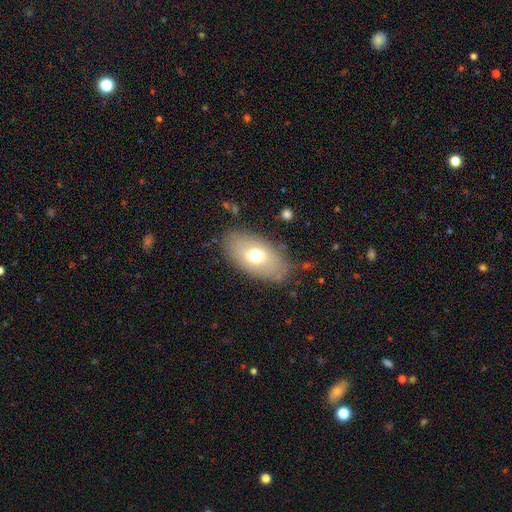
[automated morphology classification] Smooth or featured?
  - smooth: 66% *
  - featured or disk: 25%
  - star or artifact: 9%
How rounded?
  - in between: 91% *
  - round: 7%
  - cigar-shaped: 2%
Merging?
  - none: 78% *
  - minor disturbance: 15%
  - major disturbance: 6%
  - merger: 2%